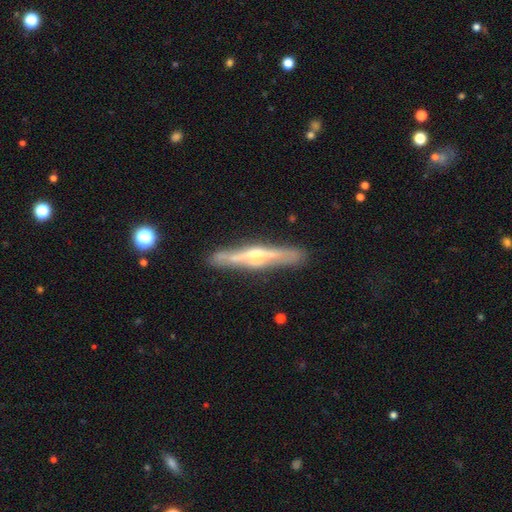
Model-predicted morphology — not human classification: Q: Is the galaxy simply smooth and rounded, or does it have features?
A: featured or disk — 76%.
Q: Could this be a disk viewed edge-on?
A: yes — 95%.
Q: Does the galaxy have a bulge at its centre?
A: rounded — 79%.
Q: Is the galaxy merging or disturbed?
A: none — 85%.